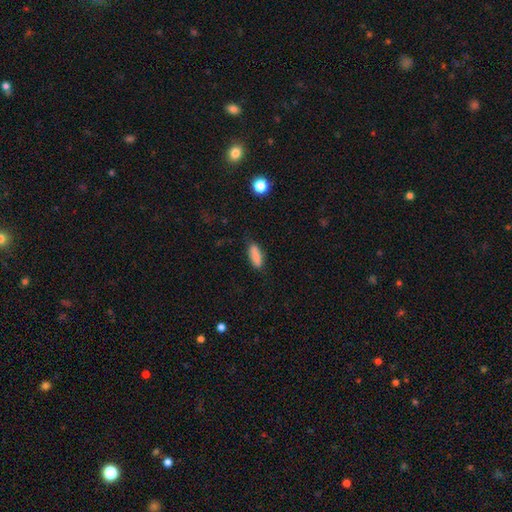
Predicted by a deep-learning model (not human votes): Q: Smooth or featured?
A: smooth (86%); runner-up: star or artifact (7%)
Q: How rounded?
A: in between (65%); runner-up: cigar-shaped (33%)
Q: Merging?
A: none (80%); runner-up: minor disturbance (15%)